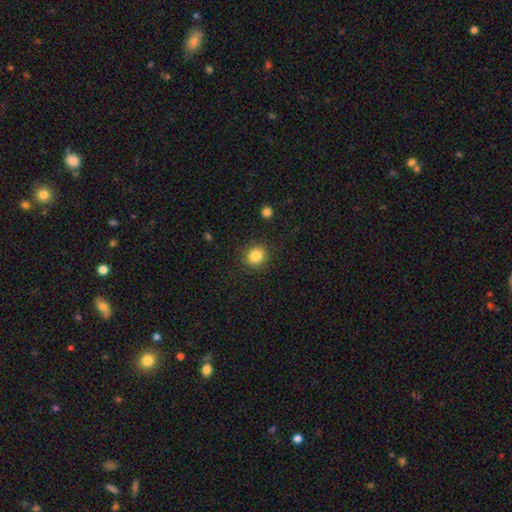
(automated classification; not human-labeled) Smooth or featured? smooth (85%)
How rounded? round (77%)
Merging? none (89%)